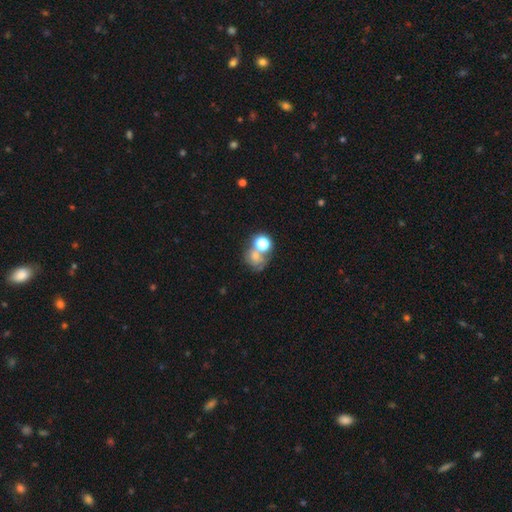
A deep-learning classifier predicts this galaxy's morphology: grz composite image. It shows a smooth galaxy with no disk features (54%) that is round (67%). Merging: merger (42%).